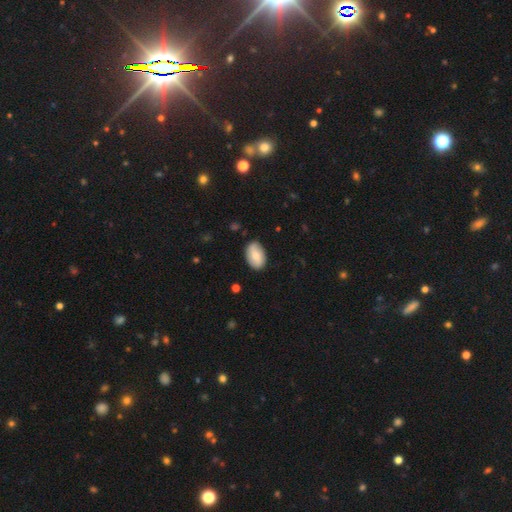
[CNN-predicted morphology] smooth 69%, featured or disk 25%, star or artifact 6%. Down the decision tree: how rounded — in between (90%); merging — none (83%).